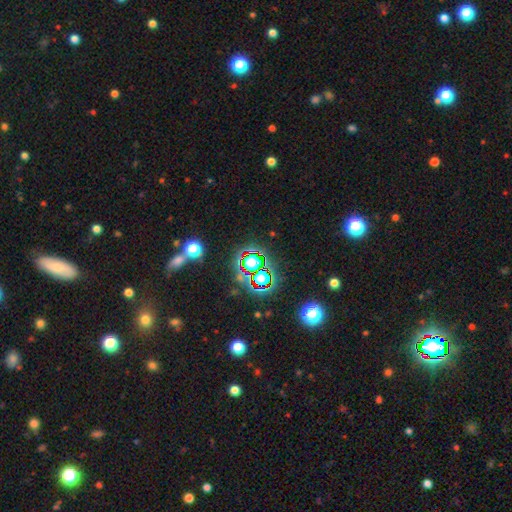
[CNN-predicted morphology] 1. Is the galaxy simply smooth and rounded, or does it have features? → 74% star or artifact, 17% smooth, 9% featured or disk.